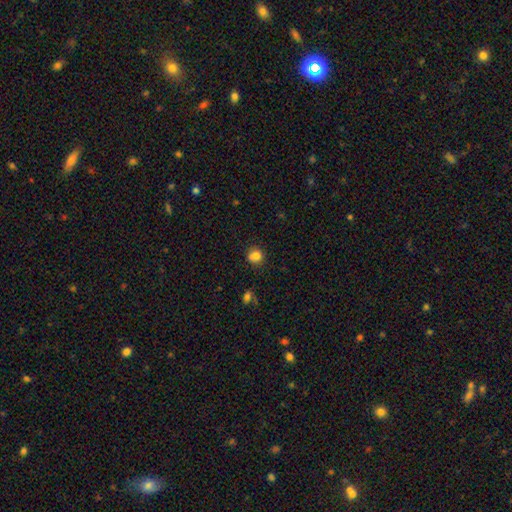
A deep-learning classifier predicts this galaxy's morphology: type=smooth (76%); roundness=round (81%); merging=none (54%).